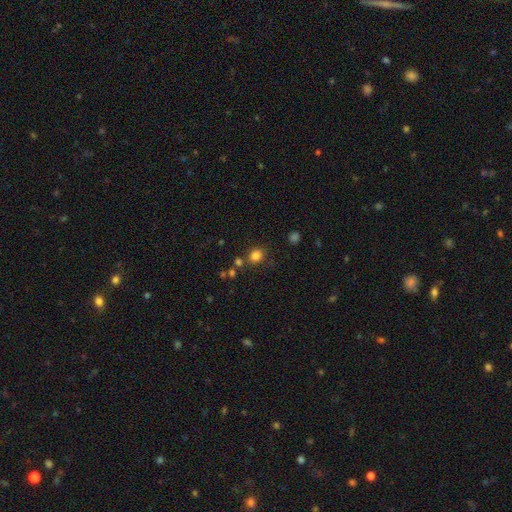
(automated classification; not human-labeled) A smooth galaxy with no disk features (81%) that is round (77%). Merging: none (75%).